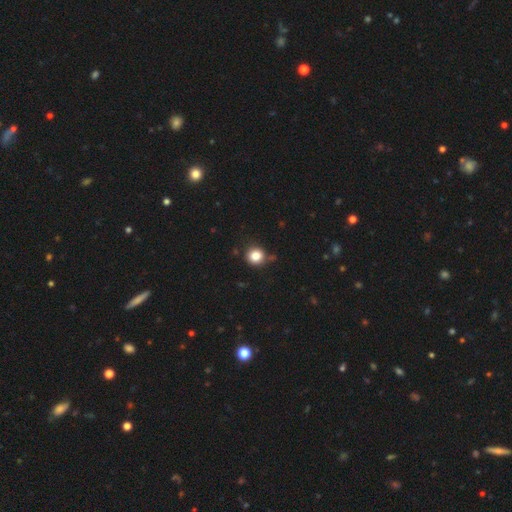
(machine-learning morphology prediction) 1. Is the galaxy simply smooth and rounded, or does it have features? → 84% smooth, 11% star or artifact, 5% featured or disk.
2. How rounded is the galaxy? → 90% round, 9% in between, 1% cigar-shaped.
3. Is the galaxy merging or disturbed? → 82% none, 12% minor disturbance, 3% merger, 3% major disturbance.